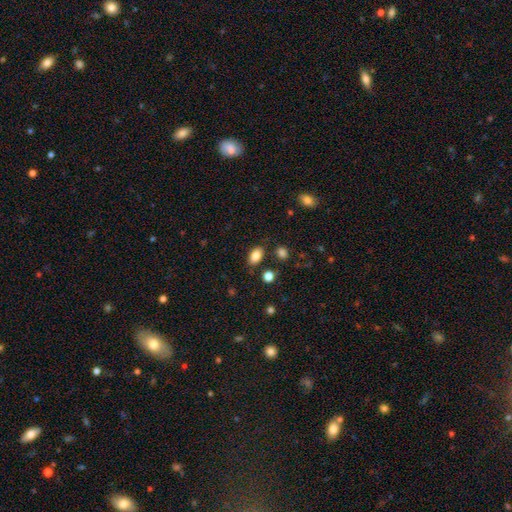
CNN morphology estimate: Smooth or featured? smooth (85%)
How rounded? in between (88%)
Merging? none (81%)